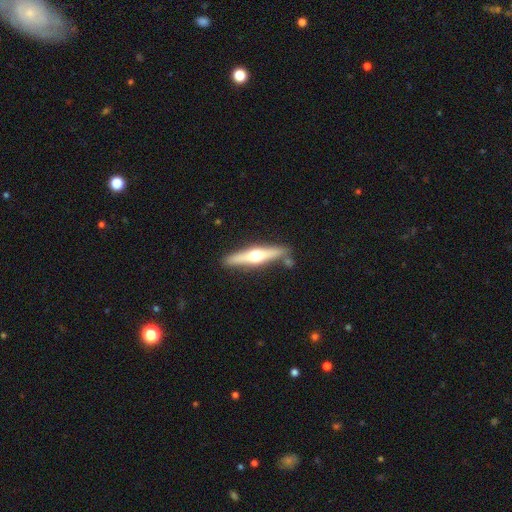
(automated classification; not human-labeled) Smooth or featured?
  - featured or disk: 62% *
  - smooth: 33%
  - star or artifact: 5%
Edge-on disk?
  - yes: 95% *
  - no: 5%
Edge-on bulge?
  - rounded: 94% *
  - none: 3%
  - boxy: 3%
Merging?
  - none: 82% *
  - minor disturbance: 11%
  - merger: 5%
  - major disturbance: 3%